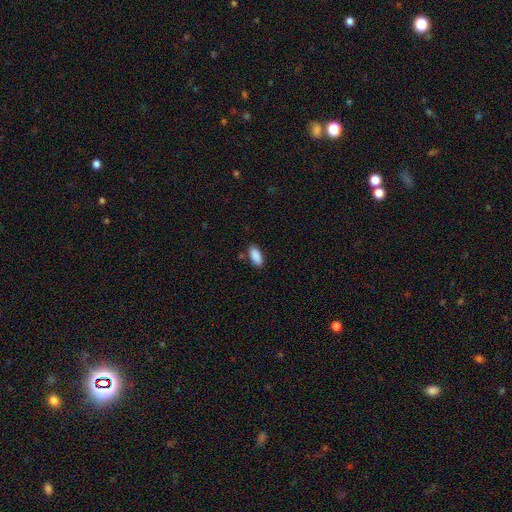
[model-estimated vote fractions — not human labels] The model was most divided on "merging": none: 85%, minor disturbance: 11%, merger: 2%, major disturbance: 2%. More confident: how rounded — in between (91%); smooth or featured — smooth (90%).